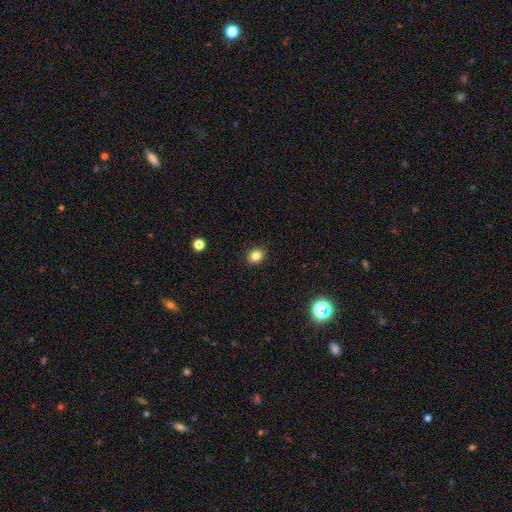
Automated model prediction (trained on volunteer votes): The model was most divided on "how rounded": round: 56%, in between: 43%, cigar-shaped: 1%. More confident: merging — none (90%); smooth or featured — smooth (83%).